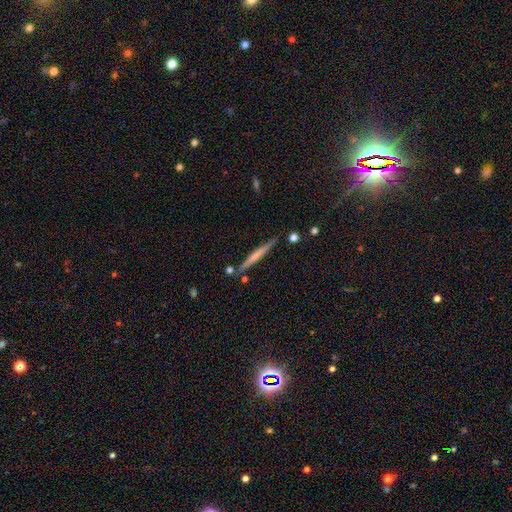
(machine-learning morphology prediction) A smooth galaxy with no disk features (49%).

Vote fractions:
- Smooth or featured? smooth: 49% / featured or disk: 45% / star or artifact: 6%
- Merging? none: 83% / minor disturbance: 11% / merger: 5% / major disturbance: 2%